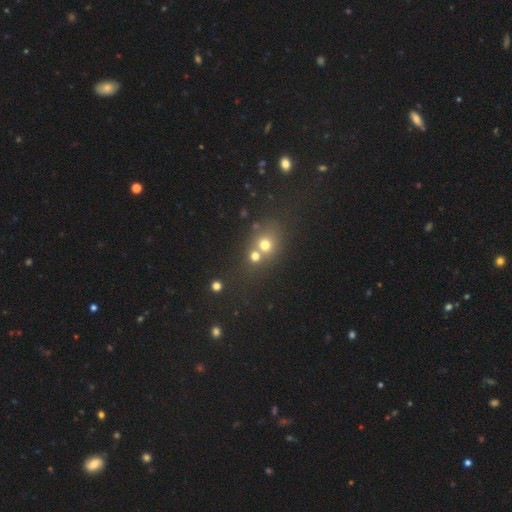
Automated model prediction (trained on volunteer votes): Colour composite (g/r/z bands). It shows a smooth galaxy with no disk features (55%) that is round (72%). Merging: none (47%).